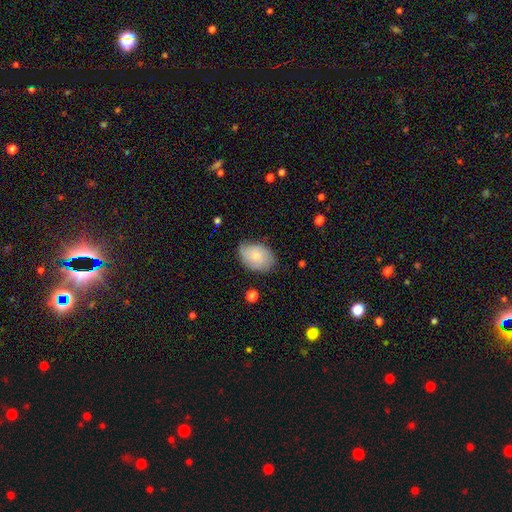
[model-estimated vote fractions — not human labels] Smooth or featured? Predicted: smooth (p=0.68). How rounded? Predicted: in between (p=0.82). Merging? Predicted: none (p=0.69).